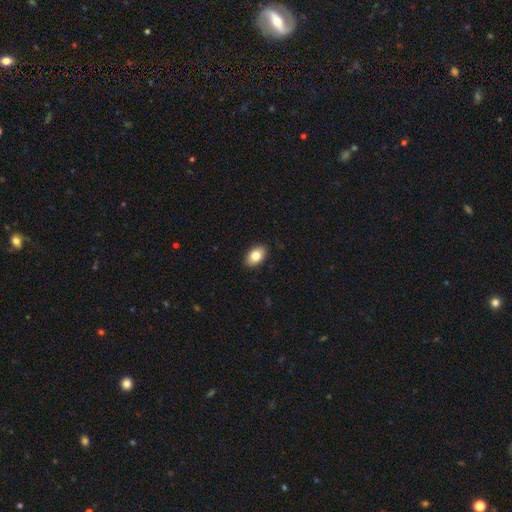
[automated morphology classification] Smooth or featured? smooth (82%)
How rounded? in between (89%)
Merging? none (90%)